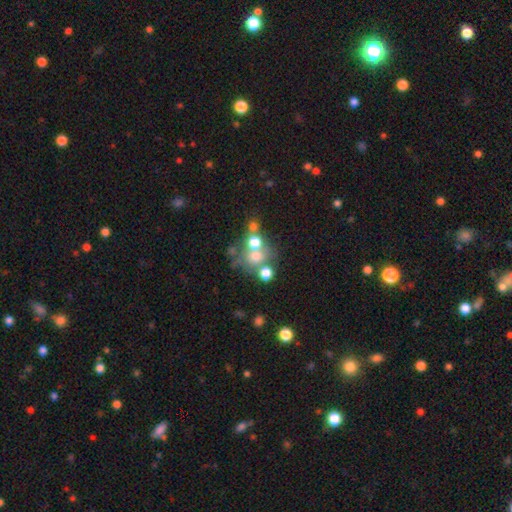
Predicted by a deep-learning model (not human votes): smooth 59%, featured or disk 21%, star or artifact 20%. Down the decision tree: how rounded — round (77%); merging — none (45%).